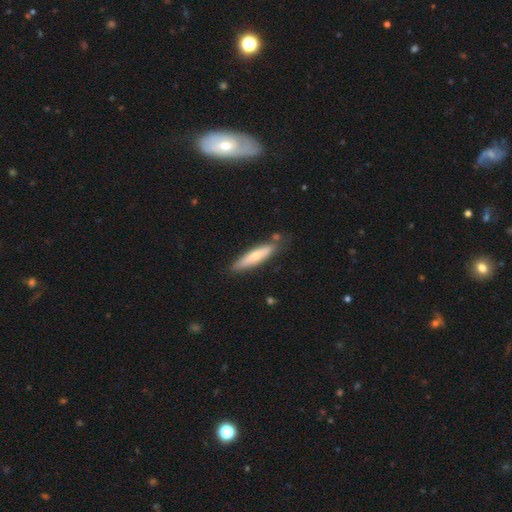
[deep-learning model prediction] A smooth galaxy with no disk features (58%) that is cigar-shaped (82%). Merging: none (78%).